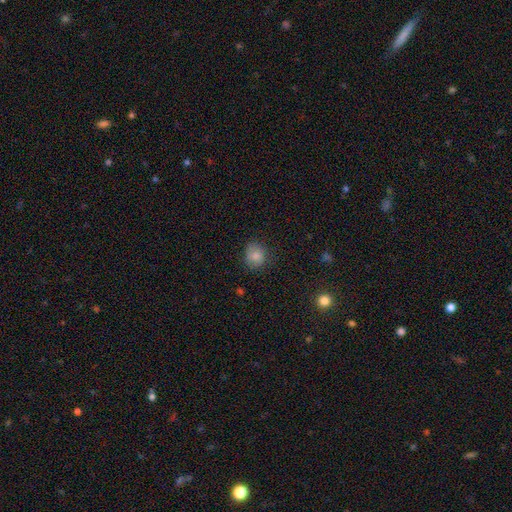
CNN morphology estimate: smooth 83%, star or artifact 10%, featured or disk 7%. Down the decision tree: how rounded — round (71%); merging — none (74%).